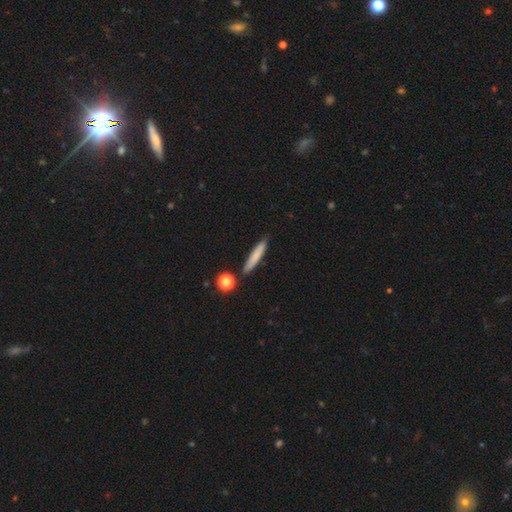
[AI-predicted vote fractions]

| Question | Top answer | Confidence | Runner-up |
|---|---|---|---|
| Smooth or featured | smooth | 77% | featured or disk (16%) |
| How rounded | cigar-shaped | 91% | in between (7%) |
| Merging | none | 84% | minor disturbance (10%) |